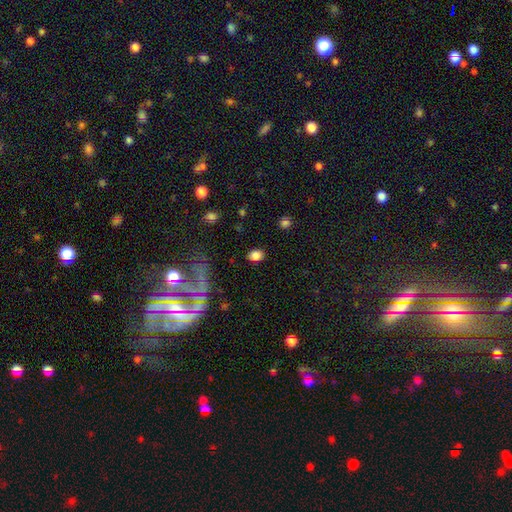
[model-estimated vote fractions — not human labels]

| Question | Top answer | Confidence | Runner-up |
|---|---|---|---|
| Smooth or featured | smooth | 82% | star or artifact (11%) |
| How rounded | in between | 75% | round (23%) |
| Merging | none | 85% | minor disturbance (9%) |